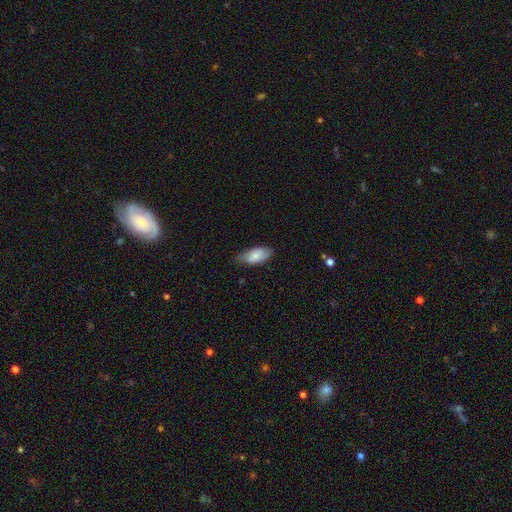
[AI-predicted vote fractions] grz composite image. It shows a smooth galaxy with no disk features (78%) that is in between round and cigar-shaped (91%). Merging: none (66%).